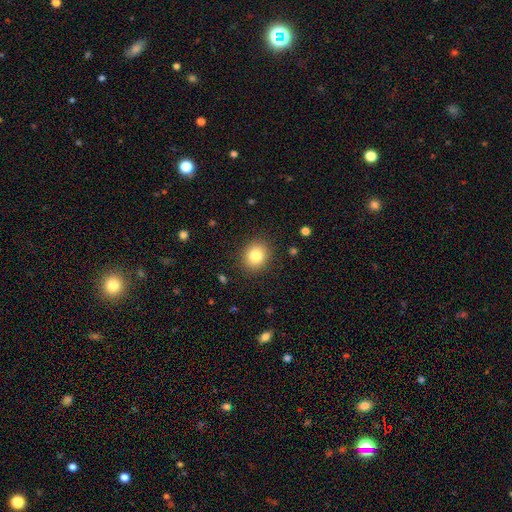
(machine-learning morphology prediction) Overall: smooth (82%). How rounded: round (73%). Merging: none (89%).